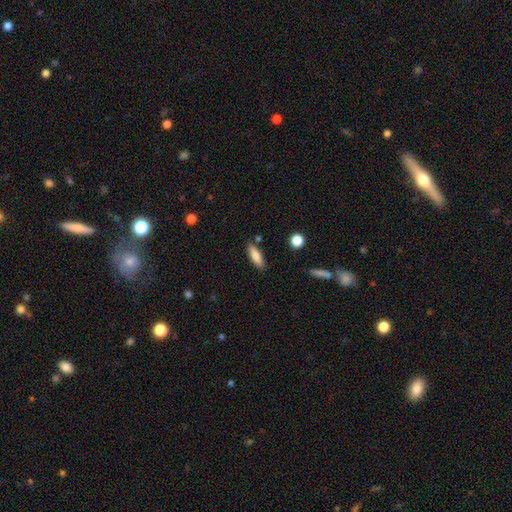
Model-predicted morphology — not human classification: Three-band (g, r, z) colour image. It shows a smooth galaxy with no disk features (80%) that is cigar-shaped (51%). Merging: none (83%).